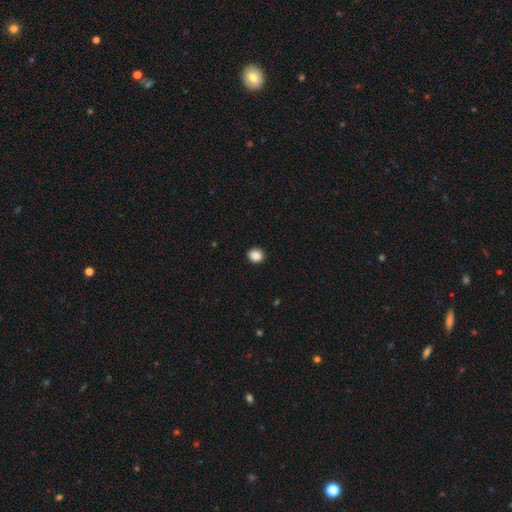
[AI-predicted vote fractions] A smooth galaxy with no disk features (88%) that is round (73%). Merging: none (91%).